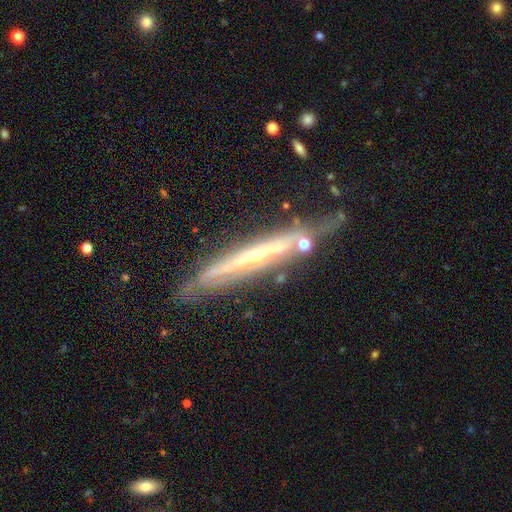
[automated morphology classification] Smooth or featured? Predicted: featured or disk (p=0.82). Edge-on disk? Predicted: yes (p=0.82). Edge-on bulge? Predicted: rounded (p=0.63). Merging? Predicted: none (p=0.64).